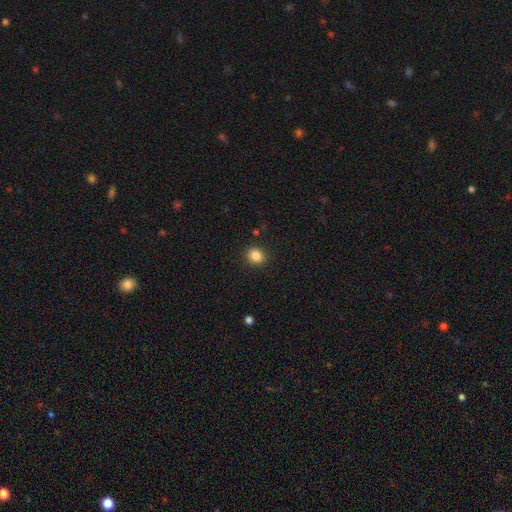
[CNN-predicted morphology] Overall: smooth (86%). How rounded: round (70%; in between 30%). Merging: none (89%).